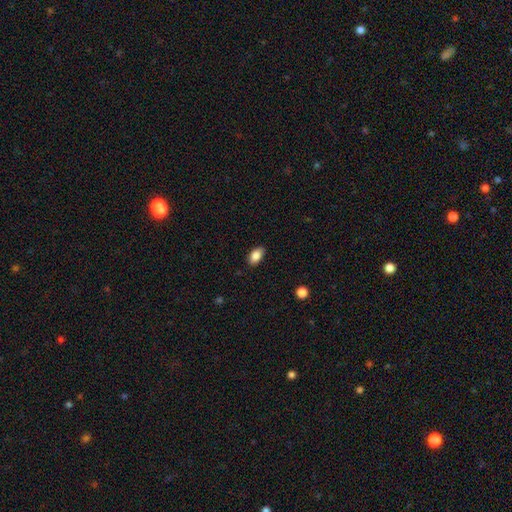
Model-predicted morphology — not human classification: Overall: smooth (86%). How rounded: in between (92%). Merging: none (86%).